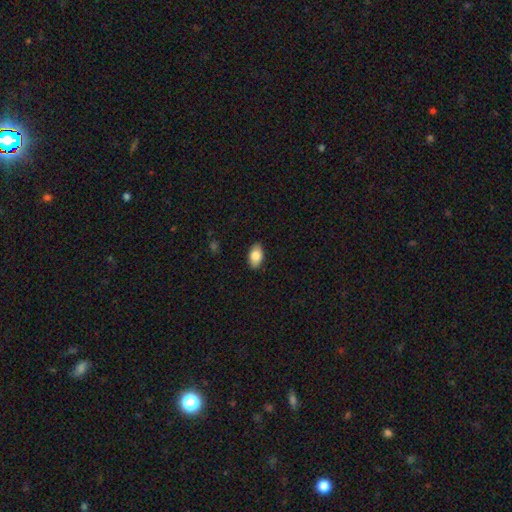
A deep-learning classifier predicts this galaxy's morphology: Overall: smooth (83%). How rounded: in between (92%). Merging: none (88%).